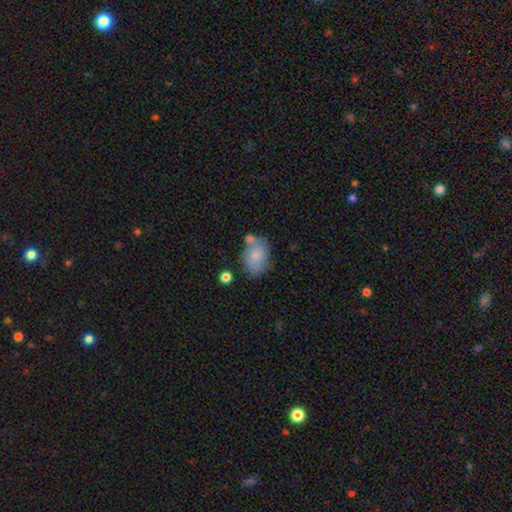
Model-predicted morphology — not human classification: This is likely a smooth galaxy (68%). How rounded: likely in between (78%). Merging: possibly none (48%).